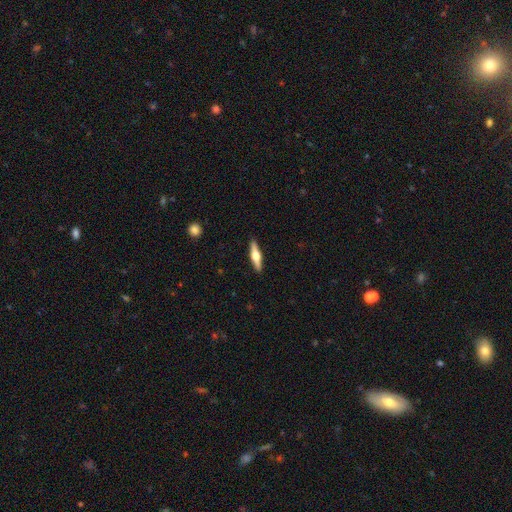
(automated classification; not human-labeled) Smooth or featured?
  - featured or disk: 62% *
  - smooth: 33%
  - star or artifact: 5%
Edge-on disk?
  - yes: 96% *
  - no: 4%
Edge-on bulge?
  - rounded: 95% *
  - boxy: 3%
  - none: 2%
Merging?
  - none: 91% *
  - minor disturbance: 6%
  - major disturbance: 1%
  - merger: 1%